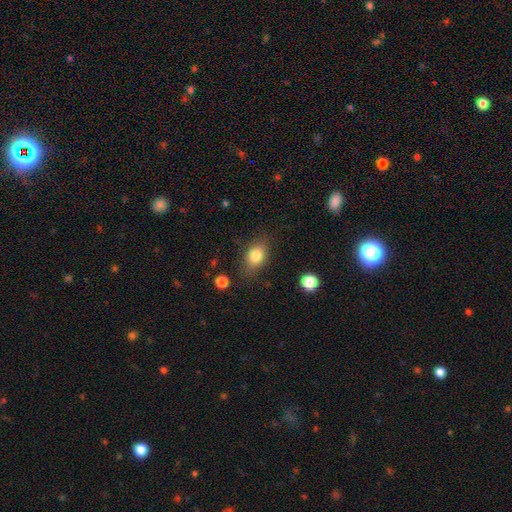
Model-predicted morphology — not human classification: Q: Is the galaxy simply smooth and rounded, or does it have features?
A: smooth — 80%.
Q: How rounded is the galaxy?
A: in between — 75%.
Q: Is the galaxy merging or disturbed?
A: none — 76%.